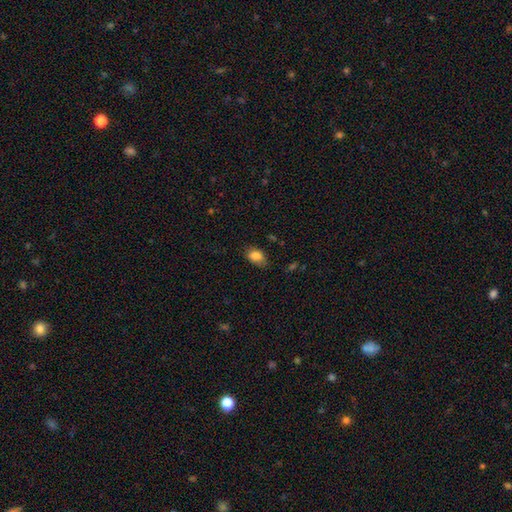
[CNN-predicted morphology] type=smooth (86%); roundness=in between (82%); merging=none (73%).